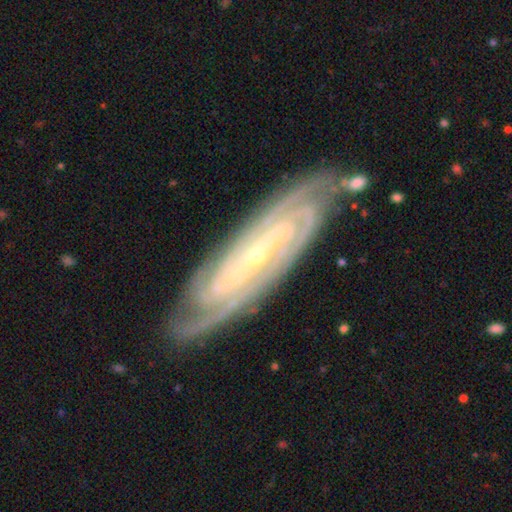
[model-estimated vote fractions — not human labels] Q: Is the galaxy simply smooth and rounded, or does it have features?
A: featured or disk — 91%.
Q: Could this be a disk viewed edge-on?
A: no — 89%.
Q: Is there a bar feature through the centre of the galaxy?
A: strong — 48%.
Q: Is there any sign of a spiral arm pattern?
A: yes — 98%.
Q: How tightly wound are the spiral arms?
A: tight — 75%.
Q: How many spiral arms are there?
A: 2 — 25%.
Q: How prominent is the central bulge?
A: small — 82%.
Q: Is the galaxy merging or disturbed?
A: none — 81%.